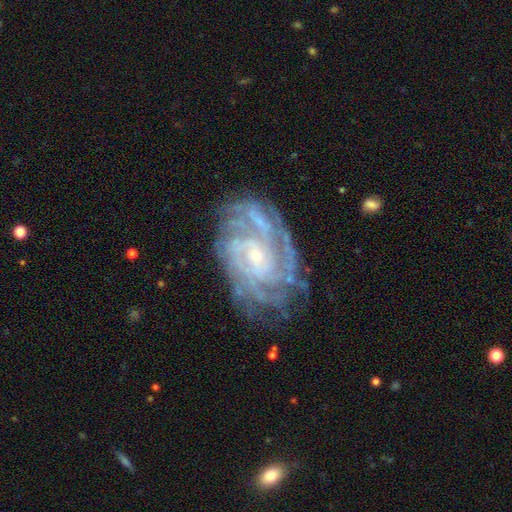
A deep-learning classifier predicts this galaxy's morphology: Smooth or featured: featured or disk — 89% (star or artifact — 6%)
Edge-on disk: no — 97% (yes — 3%)
Bar: no — 63% (weak — 28%)
Spiral arms: yes — 97% (no — 3%)
Spiral winding: tight — 74% (medium — 22%)
Spiral arm count: can't tell — 27% (4 — 24%)
Bulge size: small — 75% (moderate — 21%)
Merging: none — 73% (minor disturbance — 18%)